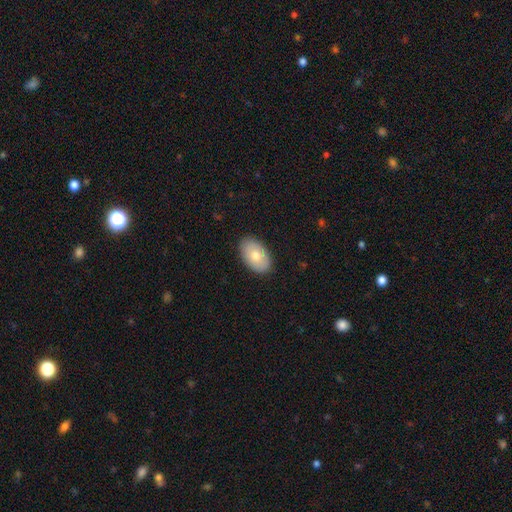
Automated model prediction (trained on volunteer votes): Smooth or featured: smooth — 74% (featured or disk — 20%)
How rounded: in between — 92% (round — 7%)
Merging: none — 88% (minor disturbance — 9%)